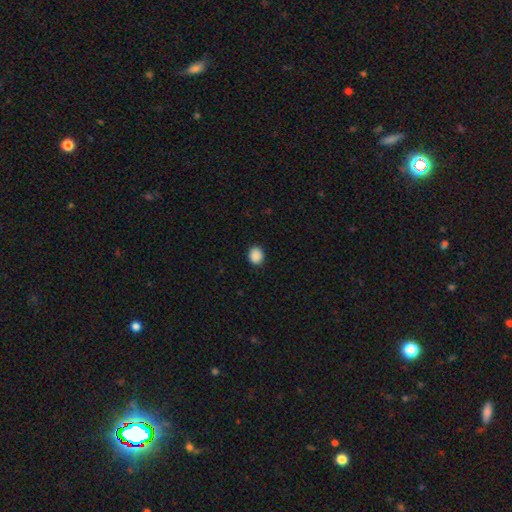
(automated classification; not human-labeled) smooth_or_featured: smooth (p=0.89) [alt: star or artifact p=0.08]
how_rounded: round (p=0.65) [alt: in between p=0.34]
merging: none (p=0.91) [alt: minor disturbance p=0.07]